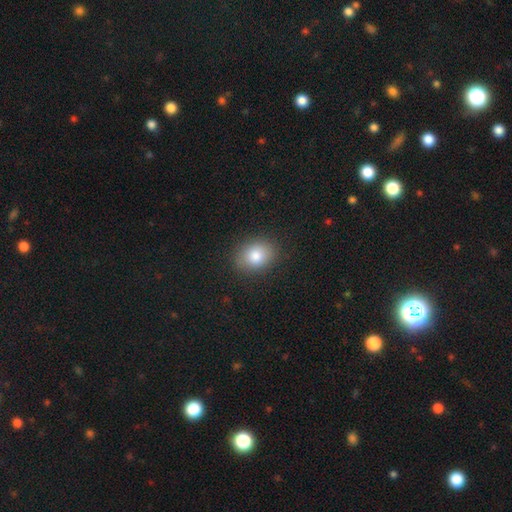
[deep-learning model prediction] Morphology: type=smooth (82%); roundness=in between (58%); merging=none (87%).